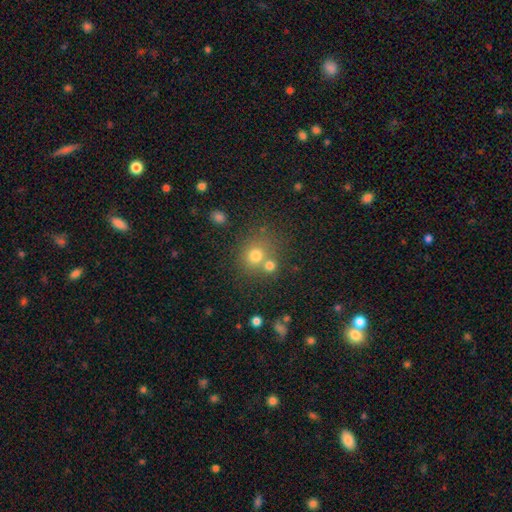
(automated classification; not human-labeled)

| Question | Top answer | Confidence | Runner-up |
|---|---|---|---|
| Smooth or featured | smooth | 73% | star or artifact (16%) |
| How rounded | round | 80% | in between (19%) |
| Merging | none | 57% | merger (30%) |